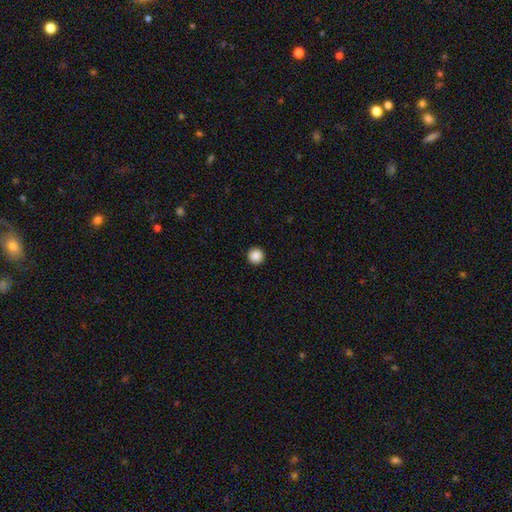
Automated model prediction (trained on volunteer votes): This is clearly a smooth galaxy (88%). How rounded: clearly round (96%). Merging: clearly none (94%).